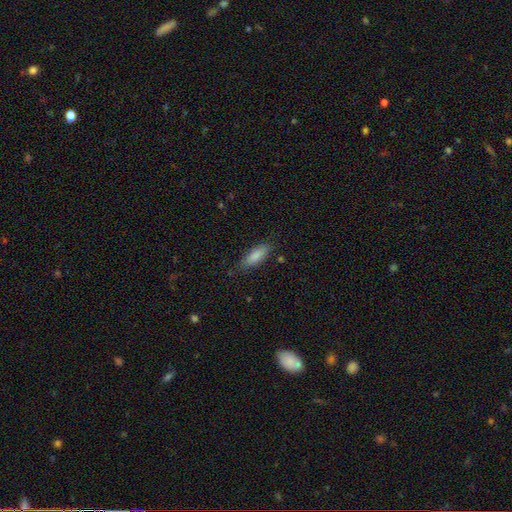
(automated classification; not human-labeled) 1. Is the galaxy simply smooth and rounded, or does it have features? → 84% smooth, 10% featured or disk, 6% star or artifact.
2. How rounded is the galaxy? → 60% in between, 38% cigar-shaped, 2% round.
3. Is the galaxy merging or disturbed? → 80% none, 15% minor disturbance, 3% major disturbance, 2% merger.